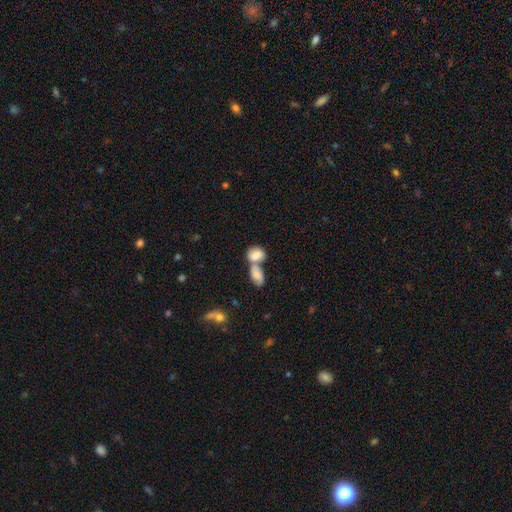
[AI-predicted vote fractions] Smooth or featured? smooth (79%)
How rounded? in between (82%)
Merging? merger (69%)